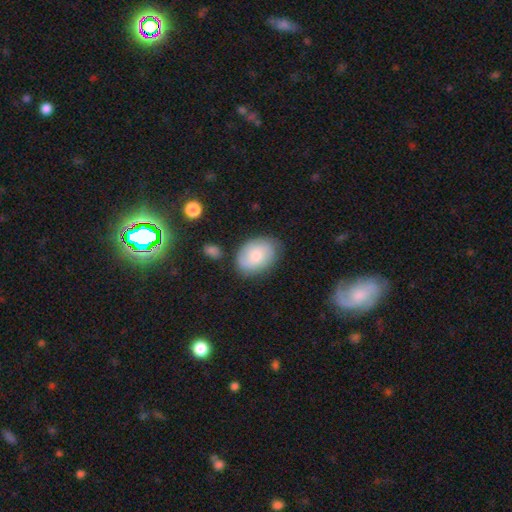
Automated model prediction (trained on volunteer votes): smooth-or-featured: smooth: 57% | featured or disk: 36% | star or artifact: 7%
  how-rounded: in between: 71% | round: 28% | cigar-shaped: 1%
  merging: none: 75% | minor disturbance: 16% | major disturbance: 5% | merger: 4%